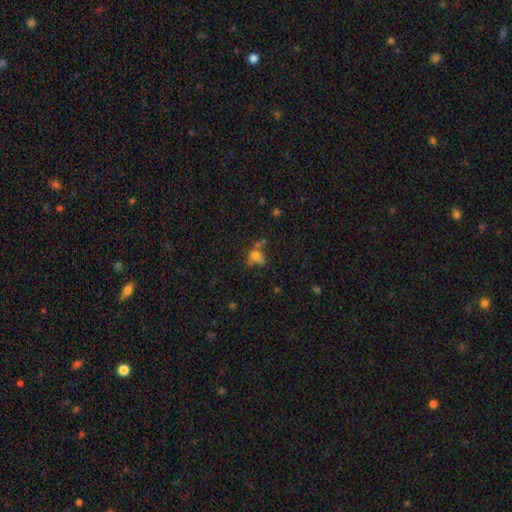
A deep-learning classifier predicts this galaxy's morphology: The model was most divided on "merging": none: 35%, merger: 32%, minor disturbance: 17%, major disturbance: 16%. More confident: smooth or featured — smooth (62%); how rounded — round (52%).